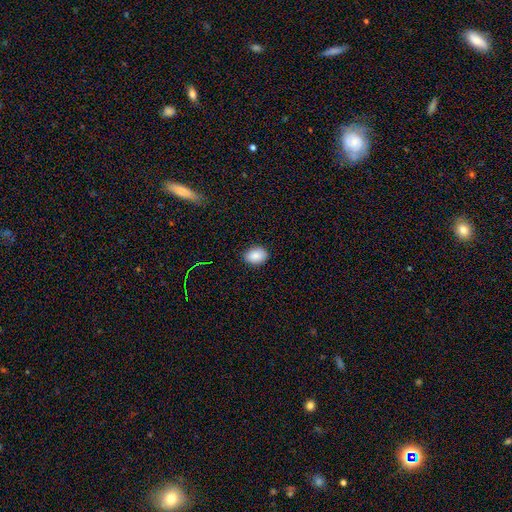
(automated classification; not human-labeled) This appears to be a smooth galaxy with no disk features (88%) that is in between round and cigar-shaped (76%). Merging: none (87%).